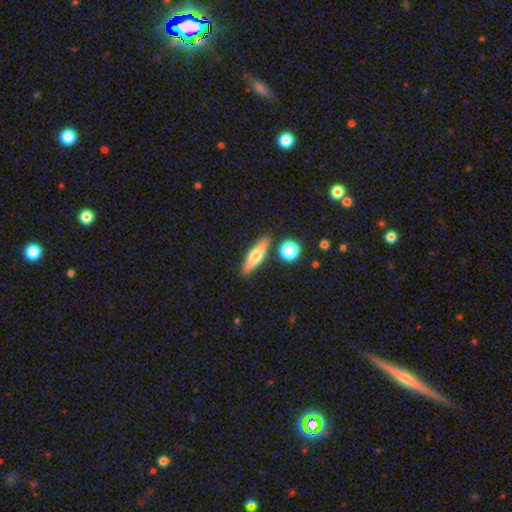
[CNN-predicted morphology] Smooth or featured: smooth — 61% (featured or disk — 32%)
How rounded: cigar-shaped — 59% (in between — 37%)
Merging: none — 80% (minor disturbance — 11%)